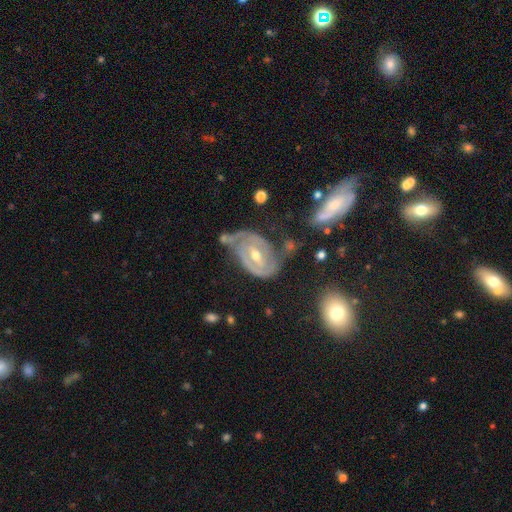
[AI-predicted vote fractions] Smooth or featured?
  - featured or disk: 85% *
  - smooth: 9%
  - star or artifact: 6%
Edge-on disk?
  - no: 96% *
  - yes: 4%
Bar?
  - weak: 48% *
  - no: 29%
  - strong: 23%
Spiral arms?
  - yes: 90% *
  - no: 10%
Spiral winding?
  - tight: 63% *
  - medium: 29%
  - loose: 9%
Spiral arm count?
  - 2: 59% *
  - can't tell: 21%
  - 1: 9%
  - 3: 7%
  - 4: 2%
  - more than 4: 2%
Bulge size?
  - moderate: 64% *
  - small: 32%
  - large: 3%
  - none: 1%
  - dominant: 1%
Merging?
  - none: 44% *
  - minor disturbance: 27%
  - major disturbance: 18%
  - merger: 11%